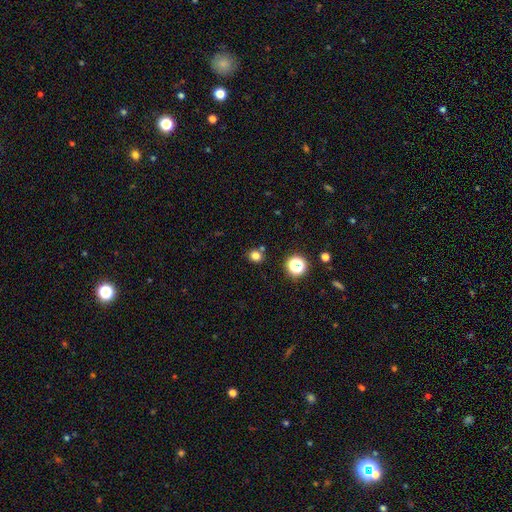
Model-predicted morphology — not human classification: Smooth or featured: smooth — 77% (star or artifact — 18%)
How rounded: round — 72% (in between — 27%)
Merging: none — 79% (minor disturbance — 10%)